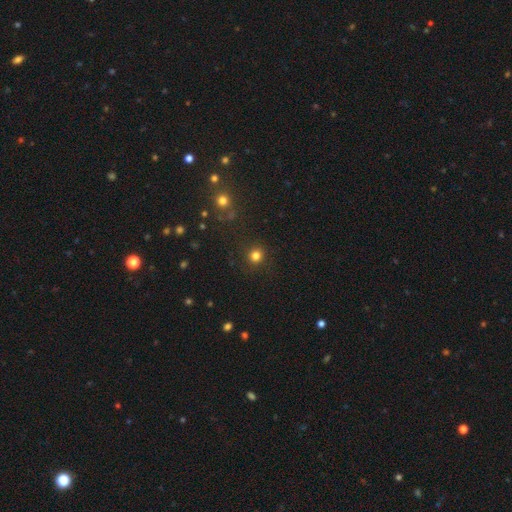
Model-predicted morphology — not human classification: A smooth galaxy with no disk features (80%) that is round (91%).

Vote fractions:
- Smooth or featured? smooth: 80% / star or artifact: 15% / featured or disk: 5%
- How rounded? round: 91% / in between: 8% / cigar-shaped: 1%
- Merging? none: 89% / minor disturbance: 7% / major disturbance: 3% / merger: 2%